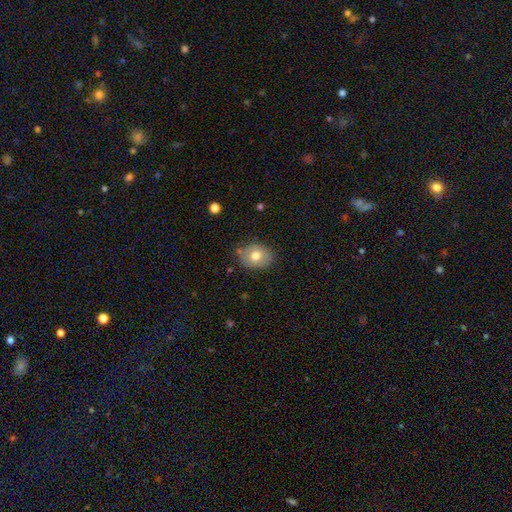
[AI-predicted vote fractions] This appears to be a smooth galaxy with no disk features (73%) that is in between round and cigar-shaped (52%). Merging: none (77%).